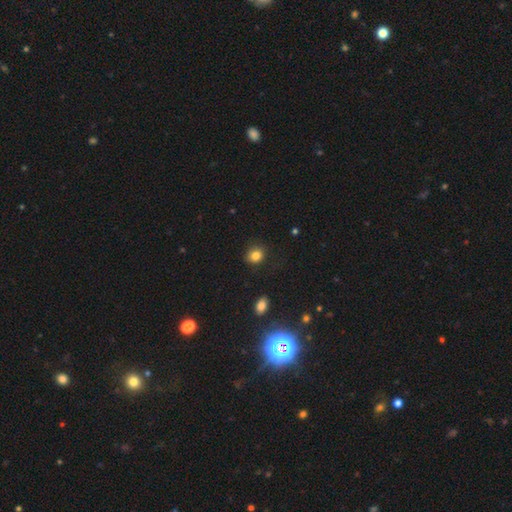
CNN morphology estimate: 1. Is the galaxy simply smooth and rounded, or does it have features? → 82% smooth, 12% star or artifact, 6% featured or disk.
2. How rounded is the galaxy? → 68% round, 31% in between, 1% cigar-shaped.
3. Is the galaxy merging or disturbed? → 84% none, 12% minor disturbance, 3% major disturbance, 1% merger.